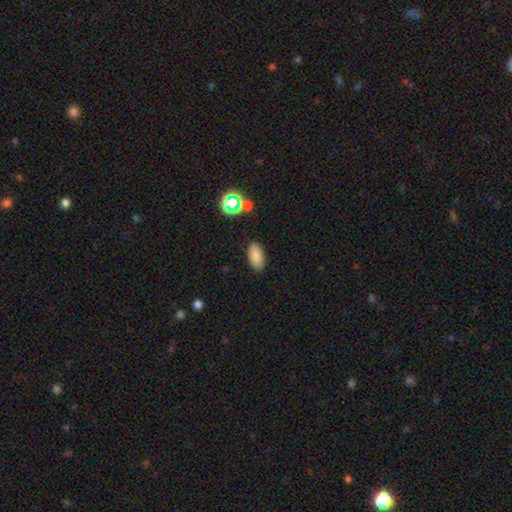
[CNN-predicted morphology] smooth_or_featured: smooth (p=0.83) [alt: star or artifact p=0.11]
how_rounded: in between (p=0.92) [alt: cigar-shaped p=0.04]
merging: none (p=0.87) [alt: minor disturbance p=0.09]